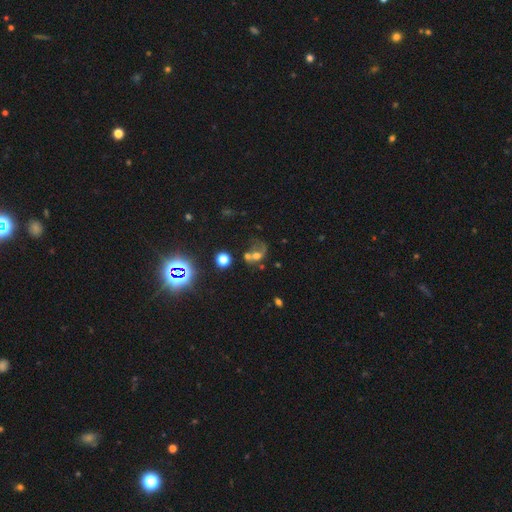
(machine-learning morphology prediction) A featured or disk galaxy (40%).

Vote fractions:
- Smooth or featured? featured or disk: 40% / smooth: 37% / star or artifact: 23%
- Merging? merger: 44% / major disturbance: 23% / none: 21% / minor disturbance: 11%